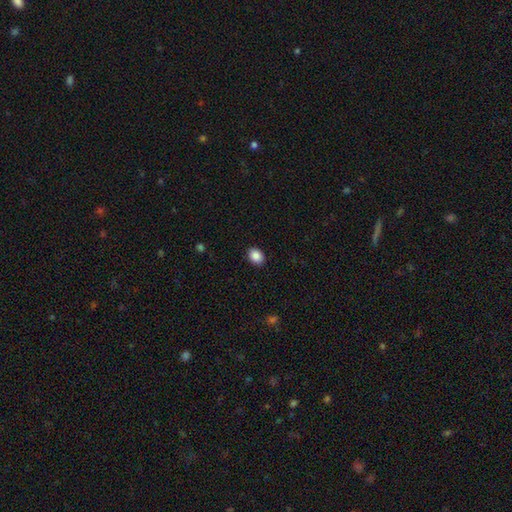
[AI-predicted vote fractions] Q: Smooth or featured?
A: smooth (88%); runner-up: star or artifact (9%)
Q: How rounded?
A: in between (60%); runner-up: round (39%)
Q: Merging?
A: none (90%); runner-up: minor disturbance (7%)